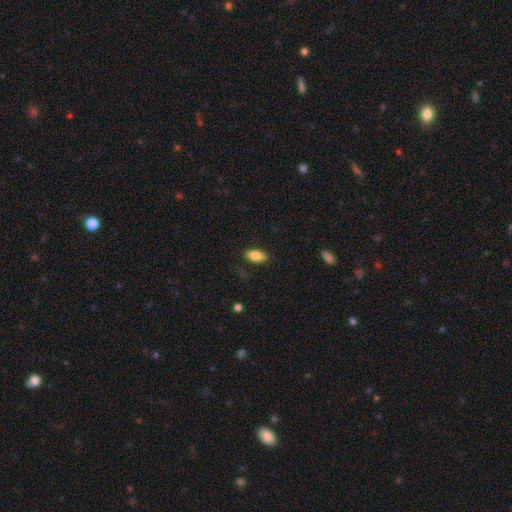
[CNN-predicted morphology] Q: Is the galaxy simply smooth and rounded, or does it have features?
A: smooth — 84%.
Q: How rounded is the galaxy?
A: in between — 88%.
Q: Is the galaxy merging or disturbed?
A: none — 84%.